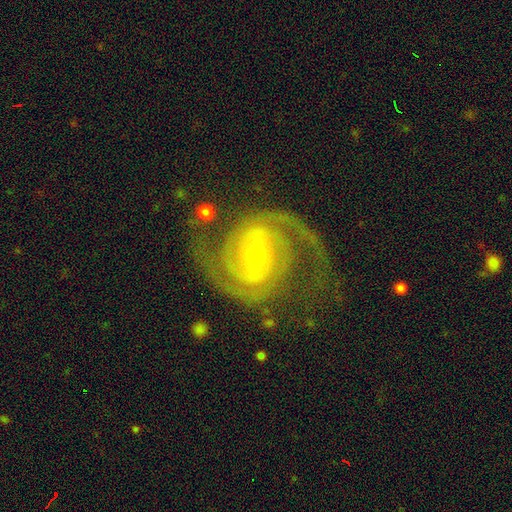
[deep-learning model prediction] Smooth or featured: featured or disk — 91% (star or artifact — 5%)
Edge-on disk: no — 98% (yes — 2%)
Bar: weak — 39% (no — 38%)
Spiral arms: yes — 98% (no — 2%)
Spiral winding: medium — 44% (tied with tight — 44%)
Spiral arm count: 2 — 89% (3 — 3%)
Bulge size: small — 66% (moderate — 30%)
Merging: none — 72% (minor disturbance — 14%)